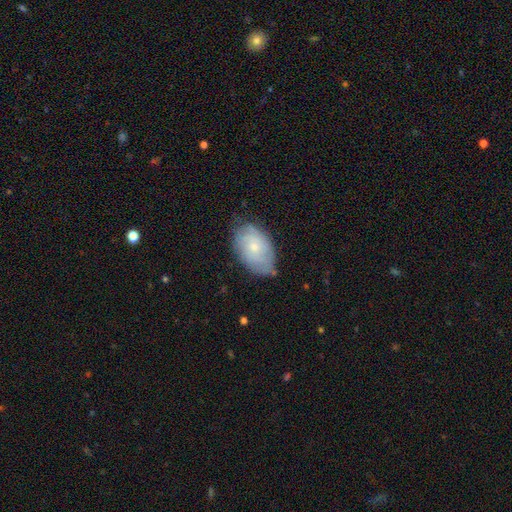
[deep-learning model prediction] Smooth or featured? smooth (51%)
How rounded? in between (90%)
Merging? none (69%)